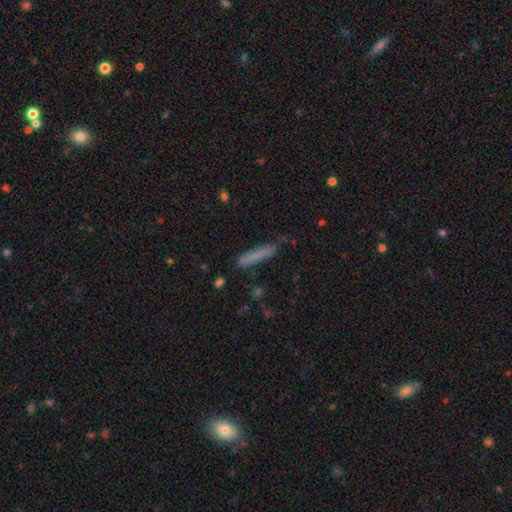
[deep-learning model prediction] Smooth or featured?
  - smooth: 76% *
  - featured or disk: 15%
  - star or artifact: 8%
How rounded?
  - cigar-shaped: 93% *
  - in between: 5%
  - round: 1%
Merging?
  - none: 78% *
  - minor disturbance: 16%
  - major disturbance: 4%
  - merger: 2%